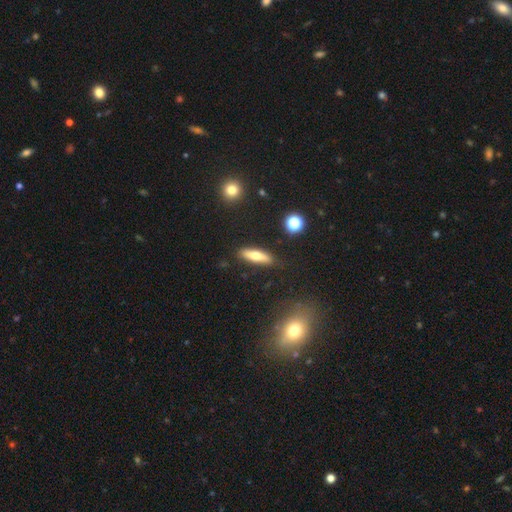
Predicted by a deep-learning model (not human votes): This appears to be a smooth galaxy with no disk features (66%) that is cigar-shaped (64%). Merging: none (84%).